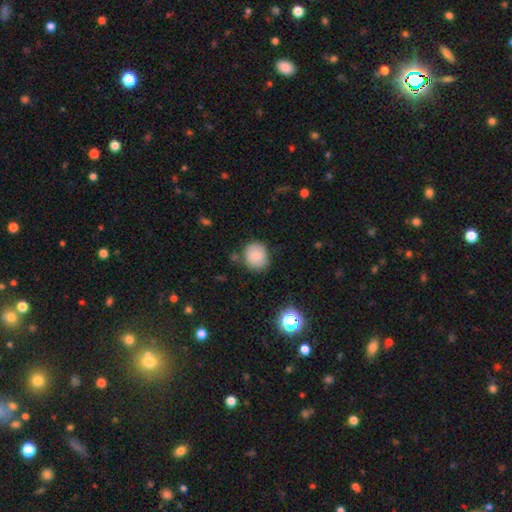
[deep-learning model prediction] Smooth or featured? Predicted: smooth (p=0.76). How rounded? Predicted: round (p=0.80). Merging? Predicted: none (p=0.70).